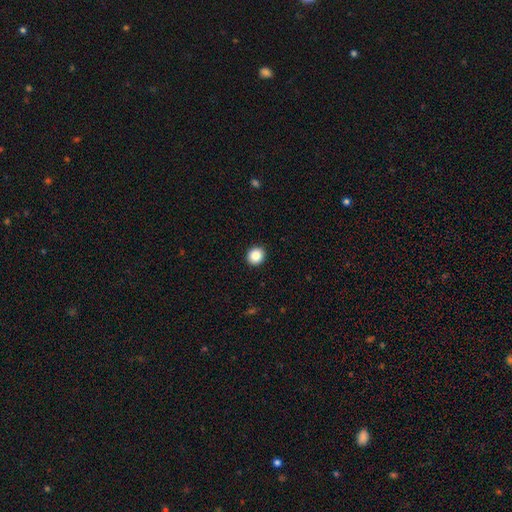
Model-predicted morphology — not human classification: This is clearly a smooth galaxy (86%). How rounded: clearly round (87%). Merging: clearly none (93%).